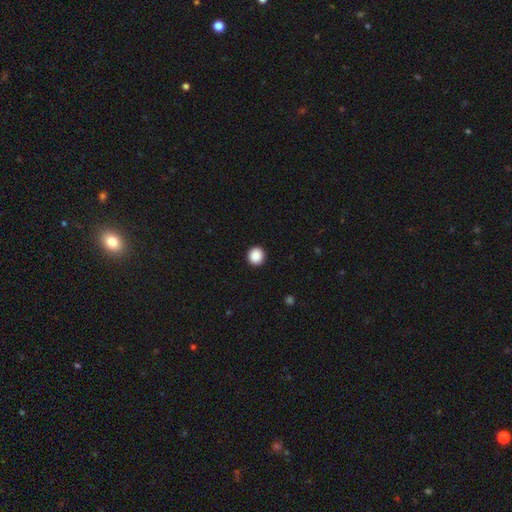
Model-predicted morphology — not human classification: smooth_or_featured: smooth (p=0.89) [alt: star or artifact p=0.09]
how_rounded: round (p=0.92) [alt: in between p=0.07]
merging: none (p=0.93) [alt: minor disturbance p=0.04]